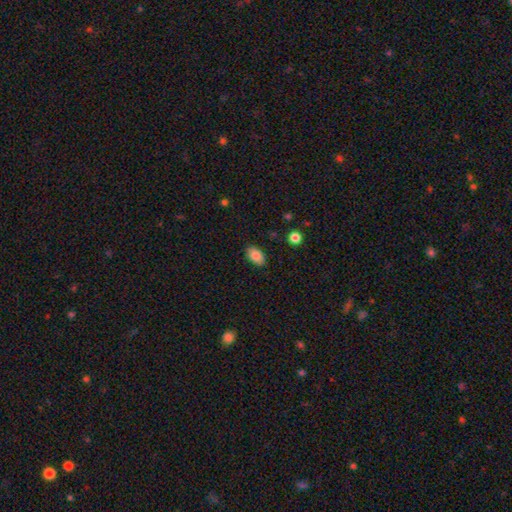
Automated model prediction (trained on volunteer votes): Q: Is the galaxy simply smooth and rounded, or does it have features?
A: smooth — 85%.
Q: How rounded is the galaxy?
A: in between — 92%.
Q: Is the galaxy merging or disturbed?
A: none — 86%.